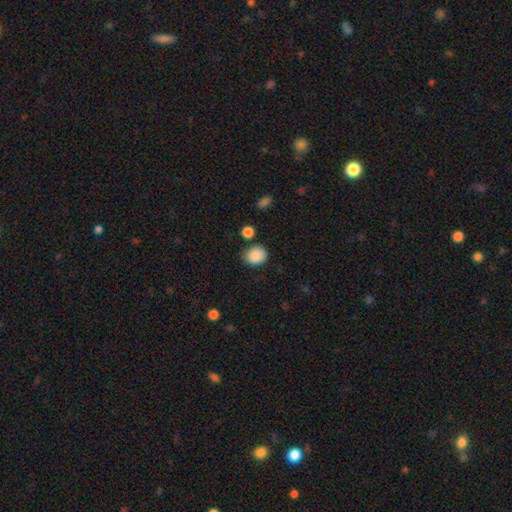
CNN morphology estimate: This is clearly a smooth galaxy (87%). How rounded: likely round (62%). Merging: likely none (77%).